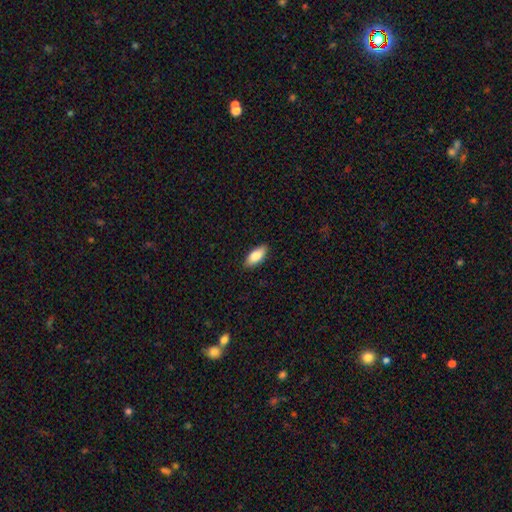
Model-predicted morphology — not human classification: Smooth or featured? smooth (85%)
How rounded? in between (86%)
Merging? none (89%)